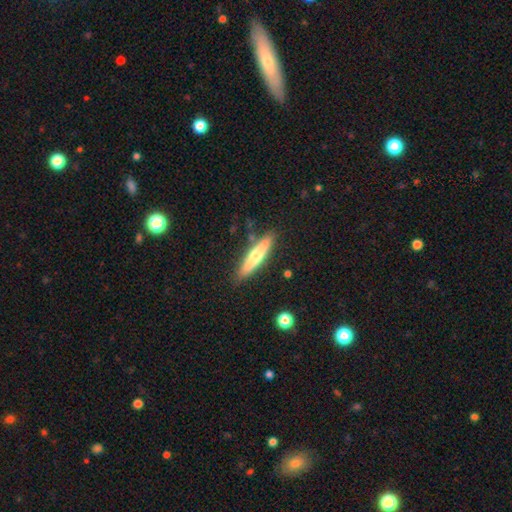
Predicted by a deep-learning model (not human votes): smooth_or_featured: smooth (p=0.49) [alt: featured or disk p=0.45]
merging: none (p=0.85) [alt: minor disturbance p=0.10]